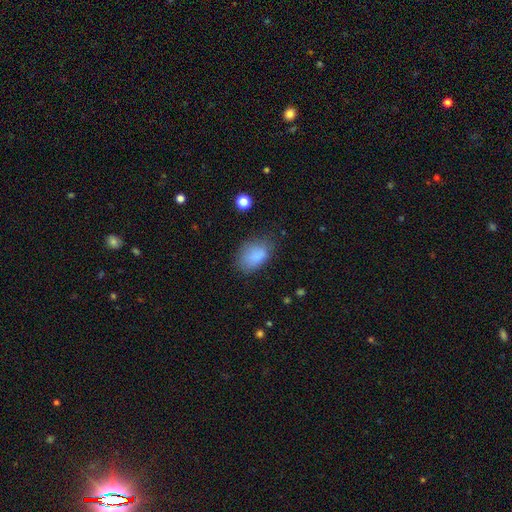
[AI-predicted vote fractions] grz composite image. It shows a smooth galaxy with no disk features (85%) that is in between round and cigar-shaped (86%). Merging: none (65%).